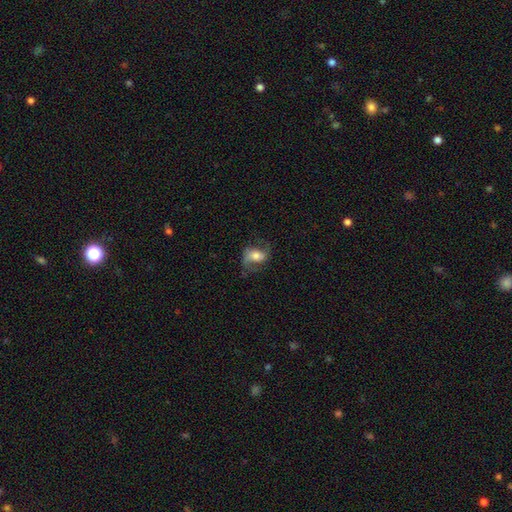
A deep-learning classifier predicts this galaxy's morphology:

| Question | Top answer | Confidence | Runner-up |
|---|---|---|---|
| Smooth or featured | featured or disk | 61% | smooth (31%) |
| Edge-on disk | no | 96% | yes (4%) |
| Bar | no | 45% | weak (36%) |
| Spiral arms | yes | 89% | no (11%) |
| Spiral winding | loose | 50% | medium (39%) |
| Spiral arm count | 2 | 84% | 1 (8%) |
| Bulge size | moderate | 53% | large (22%) |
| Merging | none | 62% | minor disturbance (21%) |